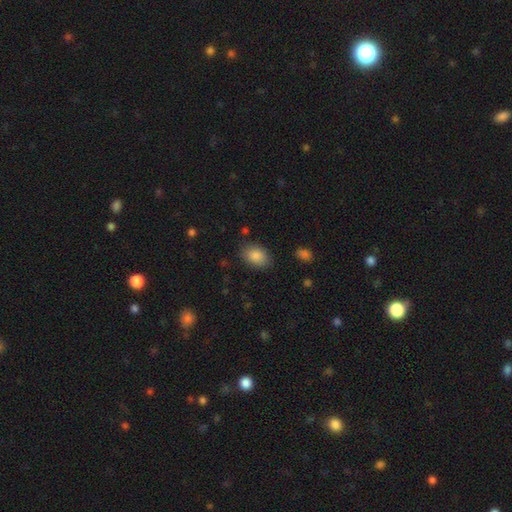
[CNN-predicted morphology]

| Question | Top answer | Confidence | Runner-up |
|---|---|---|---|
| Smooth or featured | smooth | 87% | star or artifact (8%) |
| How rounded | in between | 83% | round (16%) |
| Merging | none | 81% | minor disturbance (14%) |